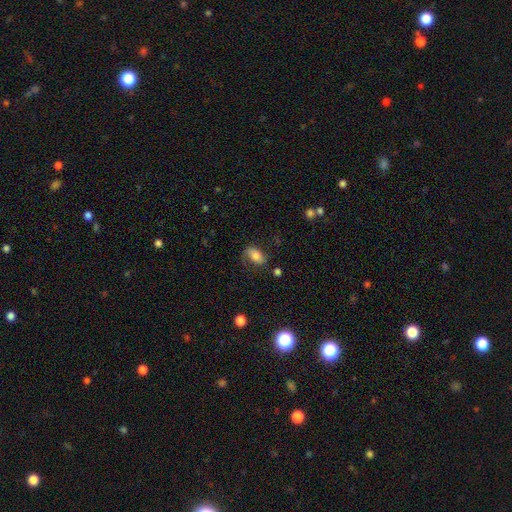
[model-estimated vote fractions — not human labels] Overall: smooth (56%; featured or disk 35%). How rounded: in between (88%). Merging: none (57%; minor disturbance 23%).